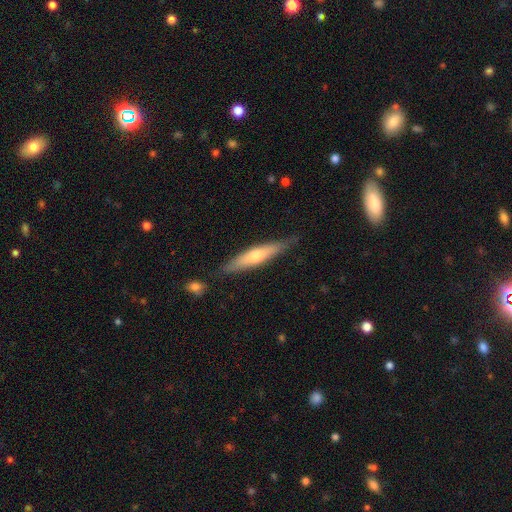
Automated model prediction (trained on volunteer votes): Overall: smooth (49%; featured or disk 45%). Merging: none (81%).